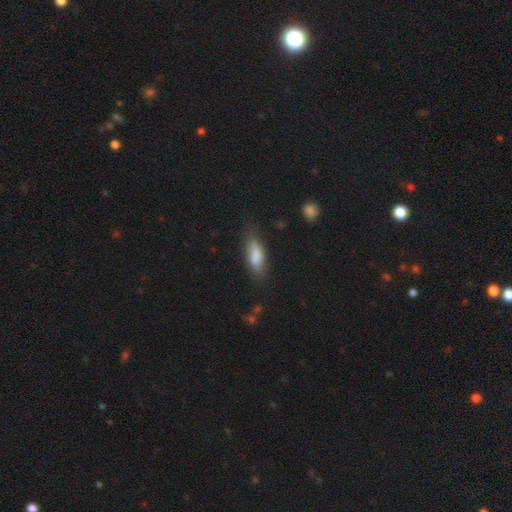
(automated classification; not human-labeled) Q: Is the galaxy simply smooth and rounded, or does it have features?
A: smooth — 83%.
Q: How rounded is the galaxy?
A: in between — 66%.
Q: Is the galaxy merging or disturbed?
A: none — 72%.